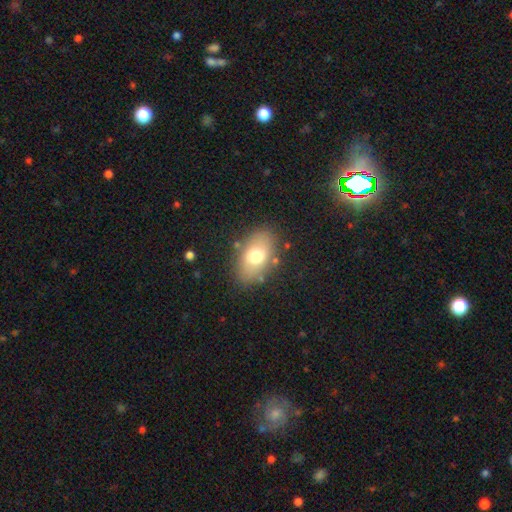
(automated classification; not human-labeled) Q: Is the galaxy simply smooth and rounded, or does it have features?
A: smooth — 70%.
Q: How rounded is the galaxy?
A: in between — 88%.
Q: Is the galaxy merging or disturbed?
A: none — 81%.